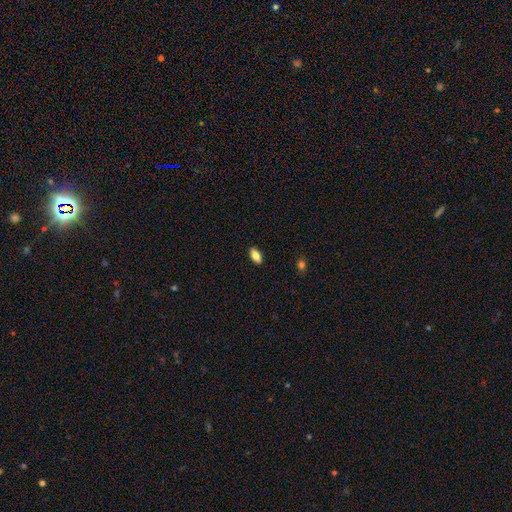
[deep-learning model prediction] smooth 79%, featured or disk 13%, star or artifact 8%. Down the decision tree: how rounded — in between (86%); merging — none (89%).